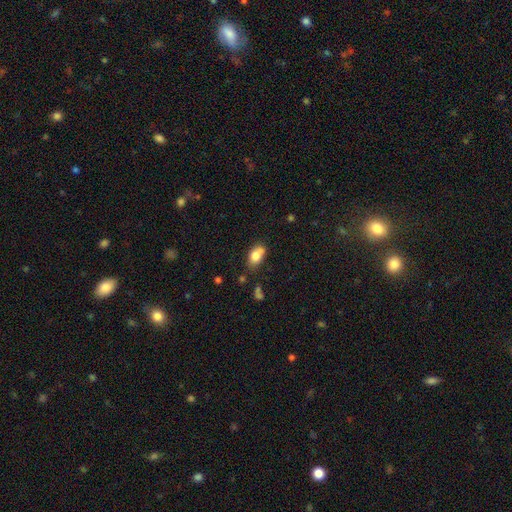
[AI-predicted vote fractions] This appears to be a smooth galaxy with no disk features (79%) that is in between round and cigar-shaped (83%). Merging: none (53%).